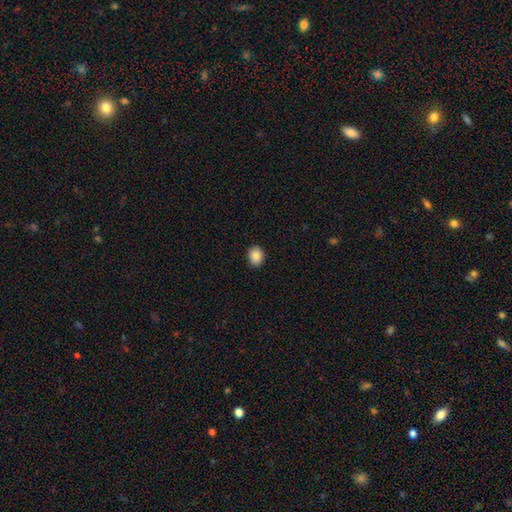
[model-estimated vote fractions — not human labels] smooth-or-featured: smooth: 88% | star or artifact: 9% | featured or disk: 4%
  how-rounded: in between: 50% | round: 49% | cigar-shaped: 1%
  merging: none: 90% | minor disturbance: 7% | major disturbance: 2% | merger: 1%